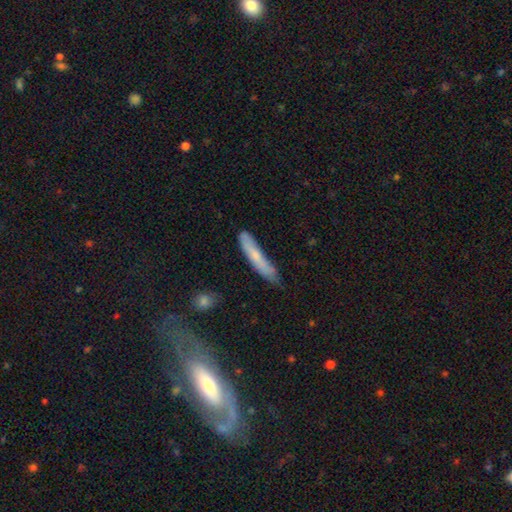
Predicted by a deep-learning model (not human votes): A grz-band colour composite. It shows a smooth galaxy with no disk features (62%) that is cigar-shaped (90%). Merging: none (62%).